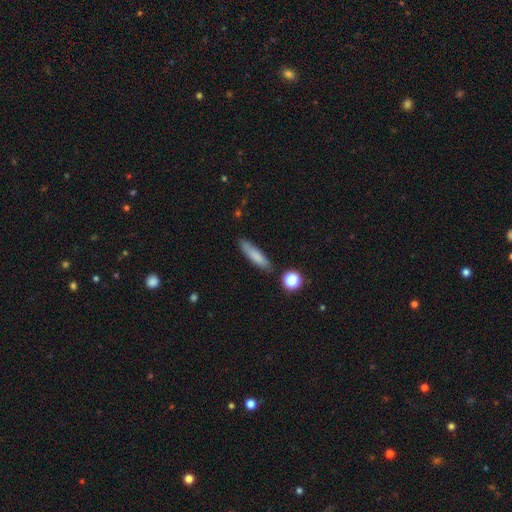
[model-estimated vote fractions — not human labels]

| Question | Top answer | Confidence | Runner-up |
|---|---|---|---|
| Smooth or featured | smooth | 79% | featured or disk (13%) |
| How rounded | cigar-shaped | 76% | in between (22%) |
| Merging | none | 80% | minor disturbance (13%) |